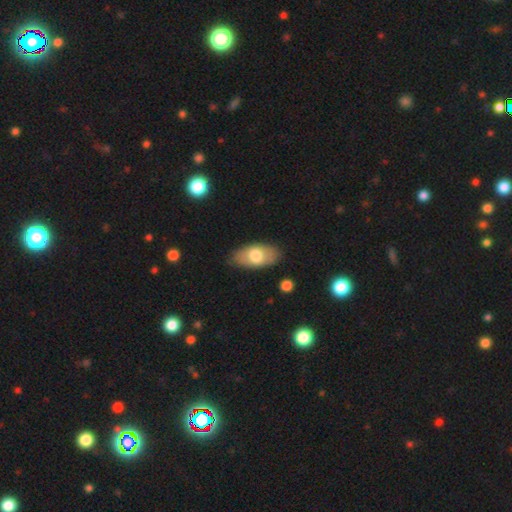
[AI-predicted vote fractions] Smooth or featured?
  - smooth: 68% *
  - featured or disk: 26%
  - star or artifact: 6%
How rounded?
  - in between: 93% *
  - round: 4%
  - cigar-shaped: 4%
Merging?
  - none: 82% *
  - minor disturbance: 13%
  - major disturbance: 3%
  - merger: 2%